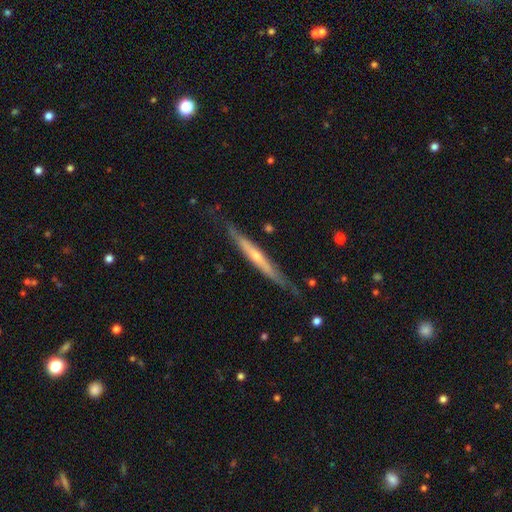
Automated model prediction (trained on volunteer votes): Smooth or featured? Predicted: featured or disk (p=0.67). Edge-on disk? Predicted: yes (p=0.92). Edge-on bulge? Predicted: rounded (p=0.50). Merging? Predicted: none (p=0.75).